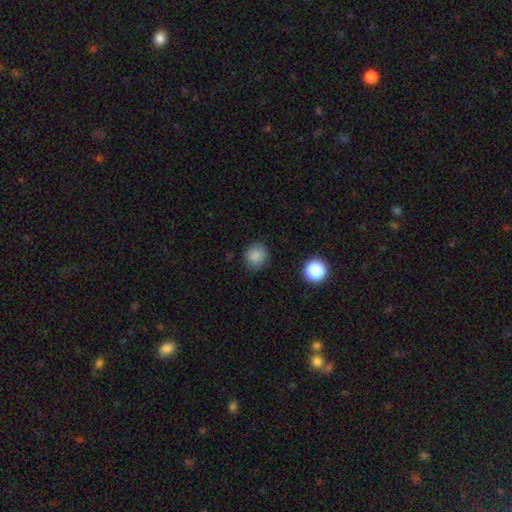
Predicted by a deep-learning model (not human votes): Q: Smooth or featured?
A: smooth (85%); runner-up: star or artifact (11%)
Q: How rounded?
A: round (83%); runner-up: in between (16%)
Q: Merging?
A: none (84%); runner-up: minor disturbance (11%)